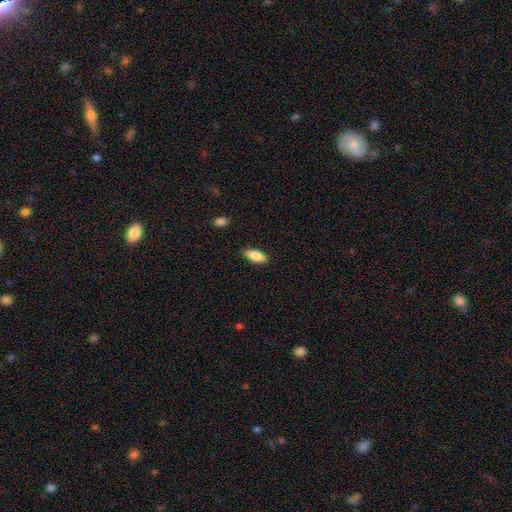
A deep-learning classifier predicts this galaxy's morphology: smooth-or-featured: smooth: 84% | featured or disk: 9% | star or artifact: 6%
  how-rounded: in between: 82% | cigar-shaped: 16% | round: 2%
  merging: none: 87% | minor disturbance: 9% | major disturbance: 2% | merger: 1%